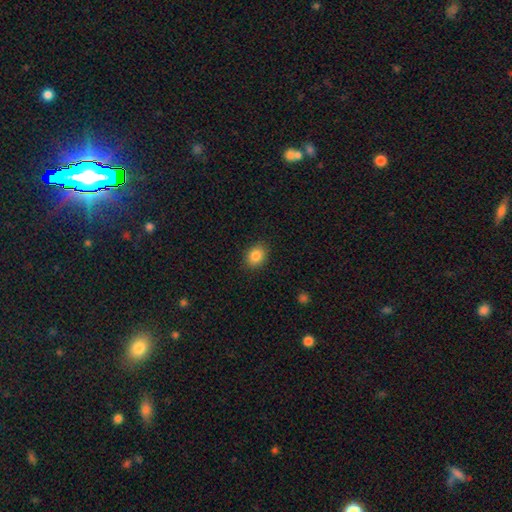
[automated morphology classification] Smooth or featured? smooth (85%)
How rounded? in between (59%)
Merging? none (89%)